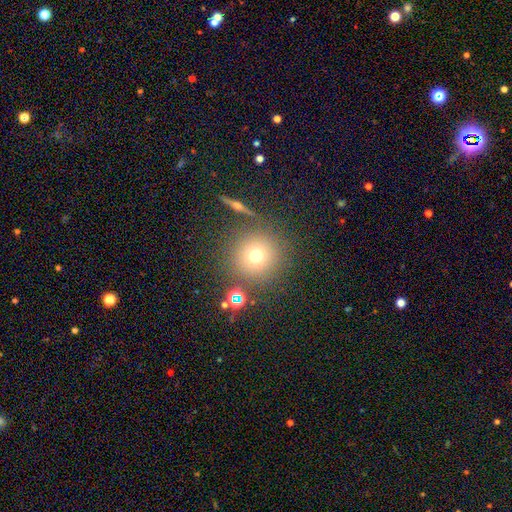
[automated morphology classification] Smooth or featured? smooth (68%)
How rounded? round (95%)
Merging? none (84%)